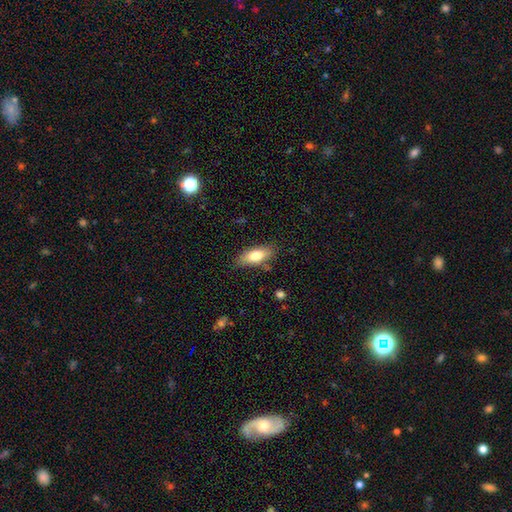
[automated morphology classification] A smooth galaxy with no disk features (75%) that is in between round and cigar-shaped (75%). Merging: none (80%).